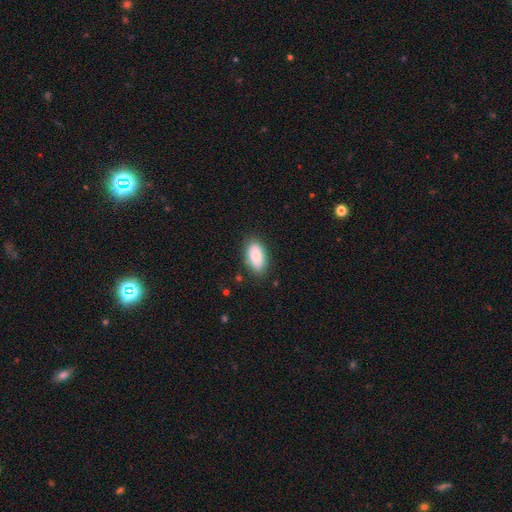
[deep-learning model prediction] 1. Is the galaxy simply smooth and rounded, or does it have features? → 81% smooth, 12% featured or disk, 7% star or artifact.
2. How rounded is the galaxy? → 93% in between, 4% round, 3% cigar-shaped.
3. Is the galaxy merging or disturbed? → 80% none, 16% minor disturbance, 3% major disturbance, 1% merger.